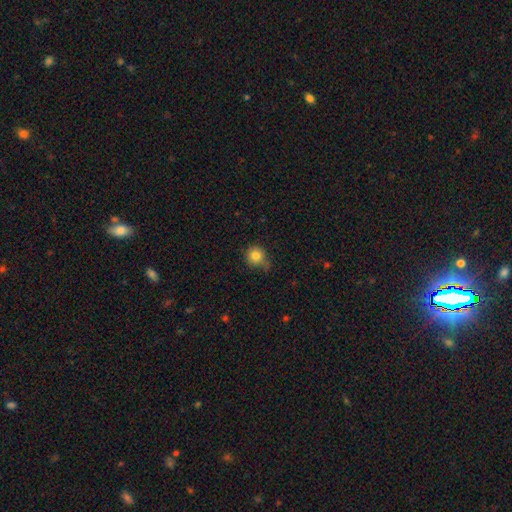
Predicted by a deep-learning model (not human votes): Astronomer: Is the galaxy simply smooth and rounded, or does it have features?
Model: smooth — 81%.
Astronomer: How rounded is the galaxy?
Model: round — 89%.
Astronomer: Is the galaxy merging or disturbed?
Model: none — 58%.